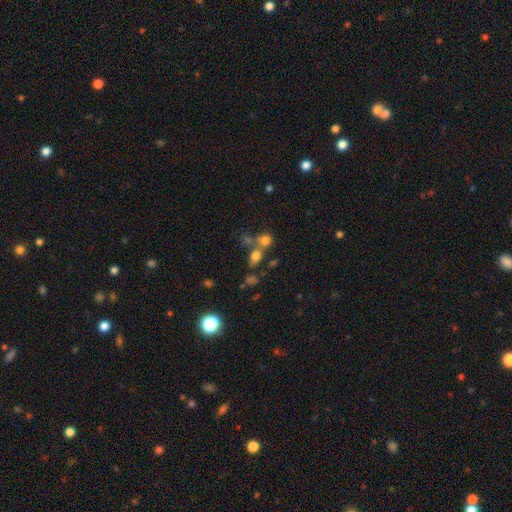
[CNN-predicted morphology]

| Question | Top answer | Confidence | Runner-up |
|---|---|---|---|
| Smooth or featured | smooth | 68% | star or artifact (18%) |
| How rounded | round | 49% | in between (48%) |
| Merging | none | 46% | merger (39%) |